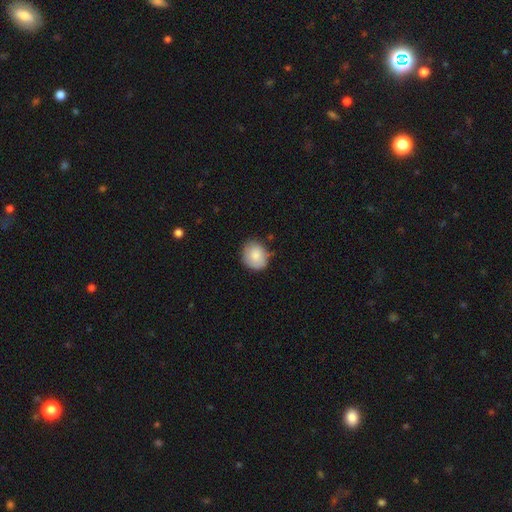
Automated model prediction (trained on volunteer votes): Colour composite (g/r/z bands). It shows a smooth galaxy with no disk features (84%) that is round (61%). Merging: none (72%).